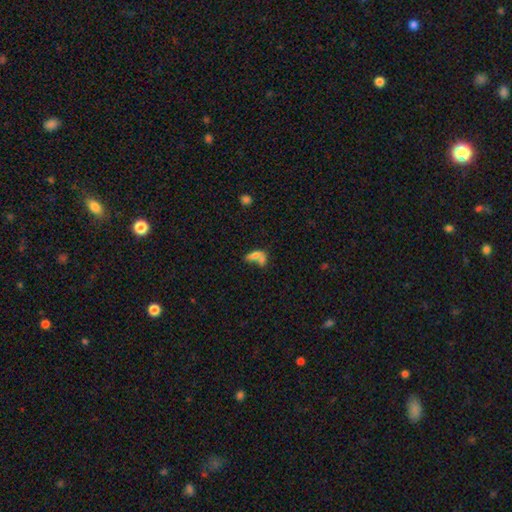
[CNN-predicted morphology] type=smooth (71%); roundness=in between (77%); merging=merger (63%).